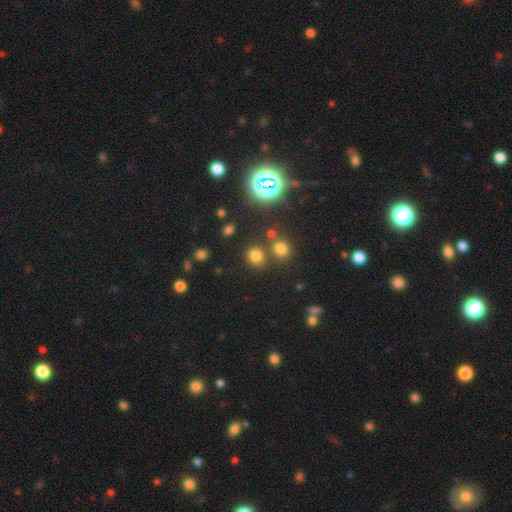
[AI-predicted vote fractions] smooth_or_featured: smooth (p=0.69) [alt: star or artifact p=0.25]
how_rounded: round (p=0.83) [alt: in between p=0.16]
merging: none (p=0.76) [alt: merger p=0.12]